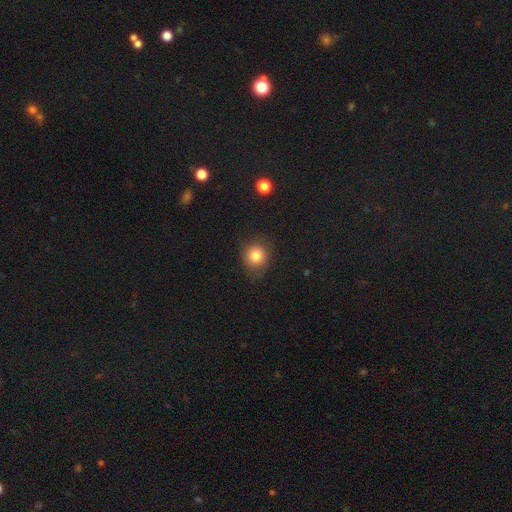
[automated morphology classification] Smooth or featured: smooth — 81% (star or artifact — 11%)
How rounded: round — 85% (in between — 14%)
Merging: none — 81% (minor disturbance — 14%)